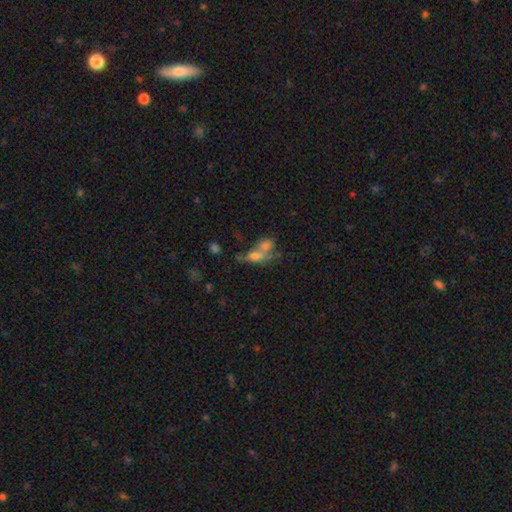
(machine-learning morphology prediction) A smooth galaxy with no disk features (58%) that is in between round and cigar-shaped (68%). Merging: merger (59%).